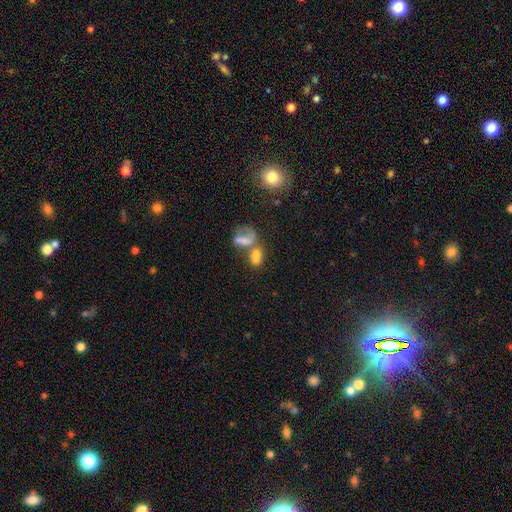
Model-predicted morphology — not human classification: Overall: smooth (66%). How rounded: in between (79%). Merging: merger (58%; none 23%).